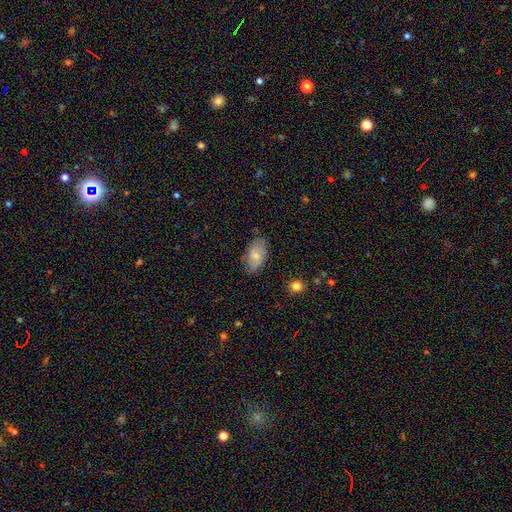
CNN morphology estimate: The model was most divided on "smooth or featured": smooth: 65%, featured or disk: 28%, star or artifact: 7%. More confident: how rounded — in between (93%); merging — none (72%).